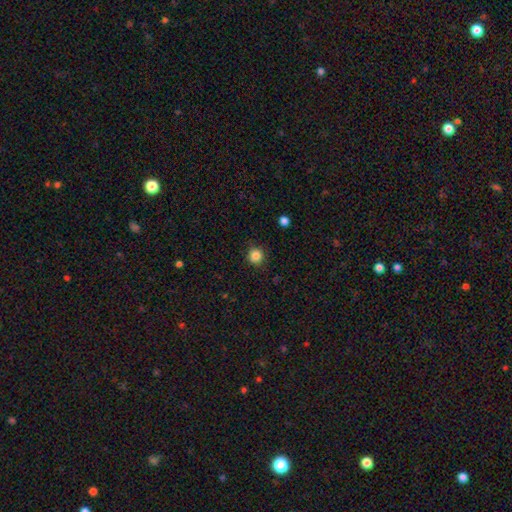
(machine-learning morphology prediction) This appears to be a smooth galaxy with no disk features (85%) that is round (94%). Merging: none (89%).